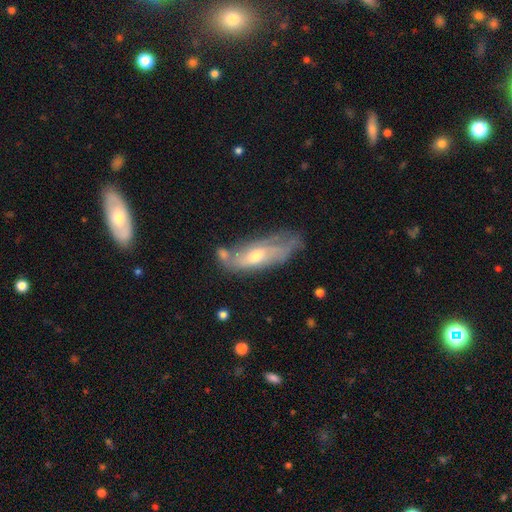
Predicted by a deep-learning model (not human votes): Smooth or featured?
  - featured or disk: 62% *
  - smooth: 28%
  - star or artifact: 10%
Edge-on disk?
  - no: 69% *
  - yes: 31%
Merging?
  - none: 55% *
  - minor disturbance: 27%
  - major disturbance: 10%
  - merger: 8%